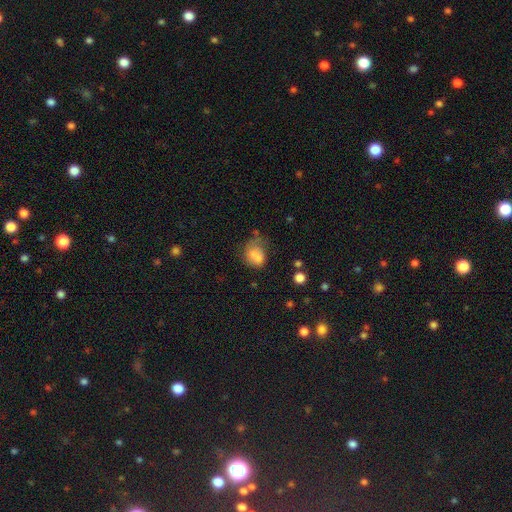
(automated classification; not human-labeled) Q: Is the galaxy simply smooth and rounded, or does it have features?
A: smooth — 72%.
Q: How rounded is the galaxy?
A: in between — 61%.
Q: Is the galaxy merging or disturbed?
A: none — 36%.